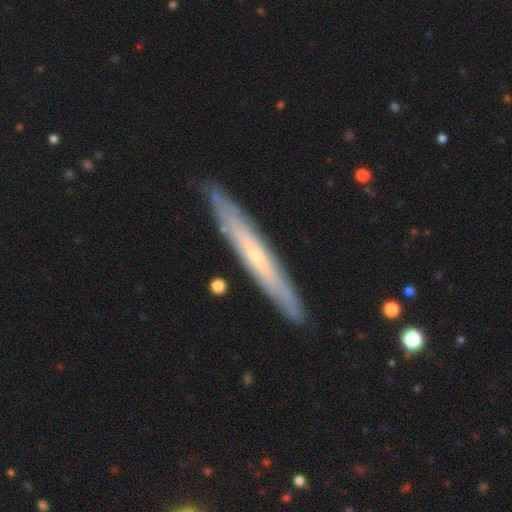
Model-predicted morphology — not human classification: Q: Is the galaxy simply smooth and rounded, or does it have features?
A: featured or disk — 69%.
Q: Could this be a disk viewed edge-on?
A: yes — 79%.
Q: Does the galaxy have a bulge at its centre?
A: none — 54%.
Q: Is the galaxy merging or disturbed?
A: none — 87%.